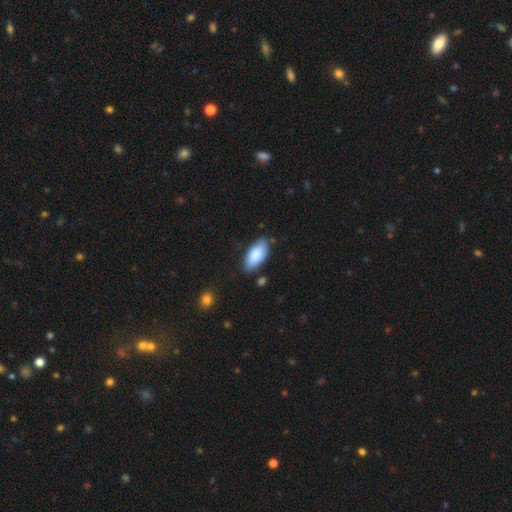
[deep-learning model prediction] A smooth galaxy with no disk features (85%) that is in between round and cigar-shaped (92%).

Vote fractions:
- Smooth or featured? smooth: 85% / featured or disk: 9% / star or artifact: 6%
- How rounded? in between: 92% / cigar-shaped: 6% / round: 2%
- Merging? none: 77% / minor disturbance: 17% / major disturbance: 3% / merger: 3%